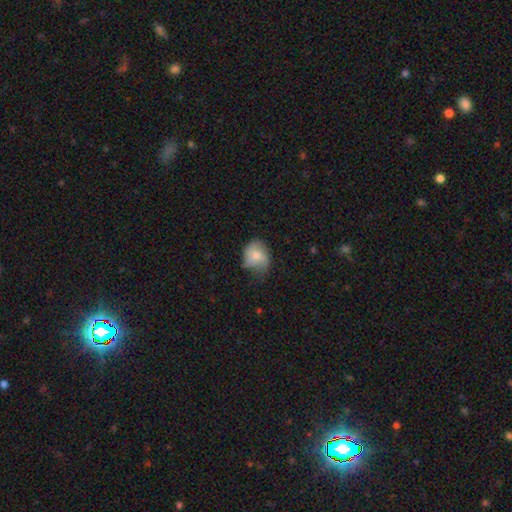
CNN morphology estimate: Smooth or featured?
  - smooth: 63% *
  - featured or disk: 30%
  - star or artifact: 8%
How rounded?
  - round: 57% *
  - in between: 42%
  - cigar-shaped: 1%
Merging?
  - none: 46% *
  - minor disturbance: 38%
  - major disturbance: 15%
  - merger: 2%